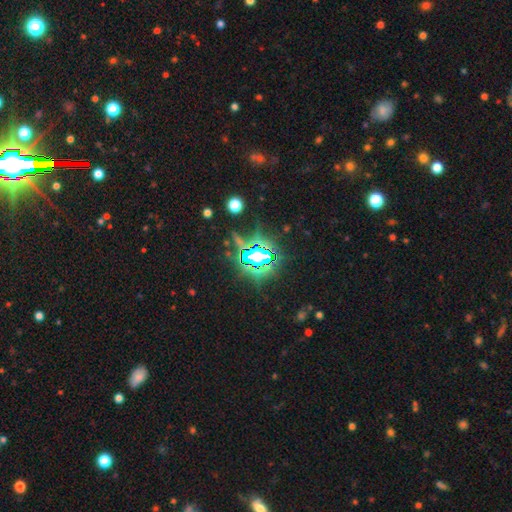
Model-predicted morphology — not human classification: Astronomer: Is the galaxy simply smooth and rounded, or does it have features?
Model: star or artifact — 81%.